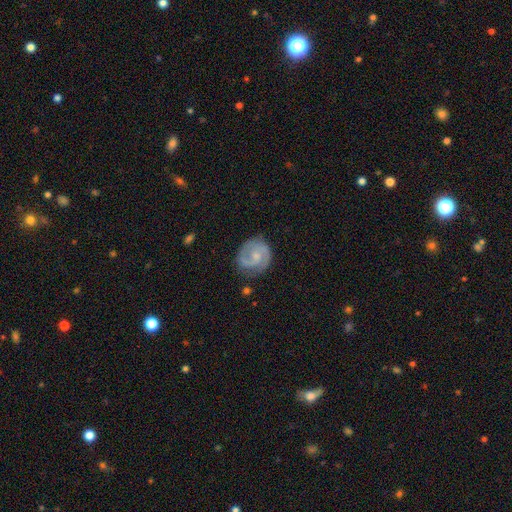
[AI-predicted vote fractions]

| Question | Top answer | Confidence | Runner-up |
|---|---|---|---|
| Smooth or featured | featured or disk | 79% | smooth (16%) |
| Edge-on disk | no | 98% | yes (2%) |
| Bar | no | 55% | weak (39%) |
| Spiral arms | yes | 95% | no (5%) |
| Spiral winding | medium | 47% | tight (39%) |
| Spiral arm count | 2 | 83% | can't tell (6%) |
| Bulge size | small | 52% | moderate (35%) |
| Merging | none | 76% | minor disturbance (17%) |